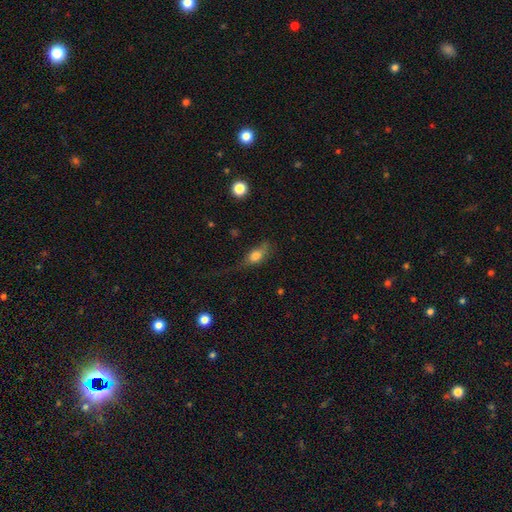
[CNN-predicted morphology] Q: Smooth or featured?
A: smooth (73%); runner-up: featured or disk (18%)
Q: How rounded?
A: in between (76%); runner-up: cigar-shaped (12%)
Q: Merging?
A: none (41%); runner-up: minor disturbance (29%)